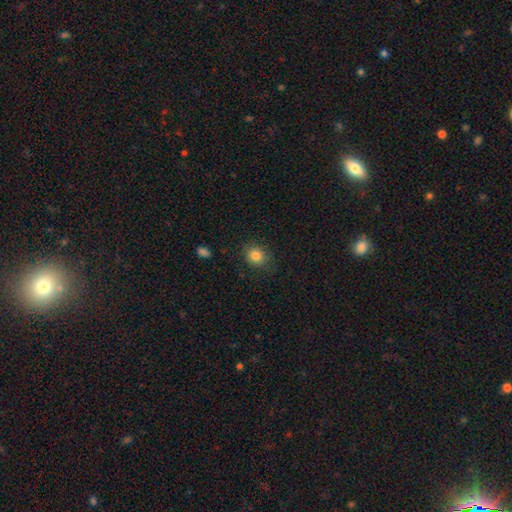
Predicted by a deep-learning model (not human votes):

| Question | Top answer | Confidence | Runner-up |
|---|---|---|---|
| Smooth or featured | smooth | 83% | star or artifact (10%) |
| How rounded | round | 64% | in between (35%) |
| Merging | none | 81% | minor disturbance (14%) |